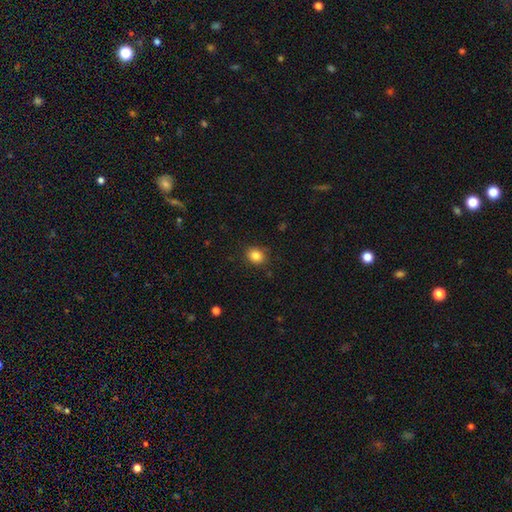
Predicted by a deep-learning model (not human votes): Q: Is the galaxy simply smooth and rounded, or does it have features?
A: smooth — 85%.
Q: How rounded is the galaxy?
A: round — 59%.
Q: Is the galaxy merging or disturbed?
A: none — 87%.